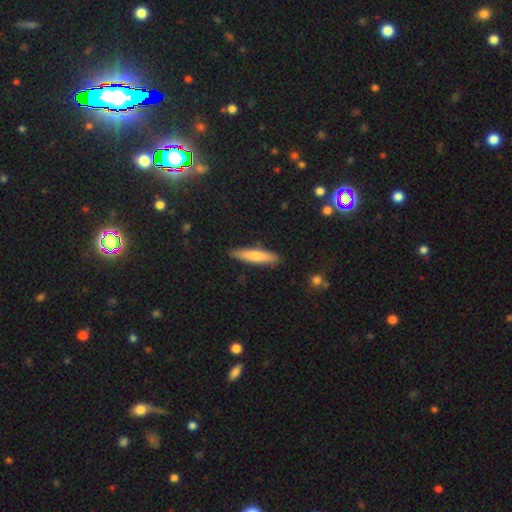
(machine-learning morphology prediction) Overall: smooth (74%). How rounded: cigar-shaped (86%). Merging: none (87%).